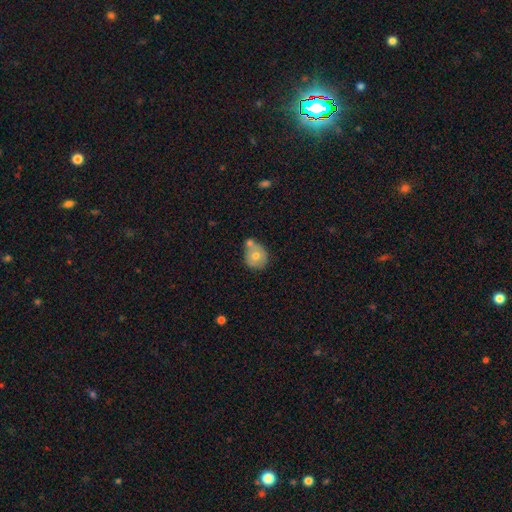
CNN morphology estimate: Smooth or featured: smooth — 66% (featured or disk — 27%)
How rounded: round — 72% (in between — 27%)
Merging: merger — 43% (none — 36%)